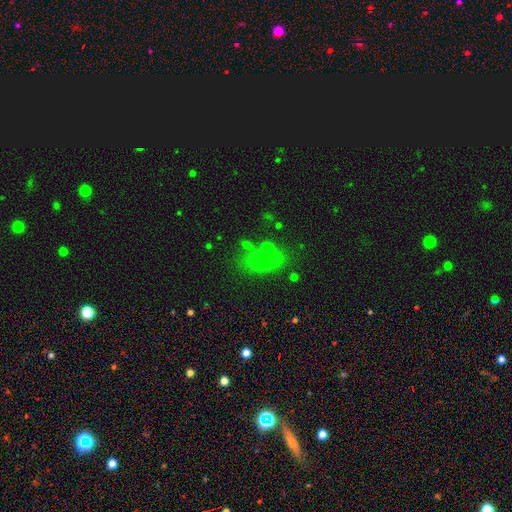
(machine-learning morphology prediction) Smooth or featured? Predicted: smooth (p=0.56). How rounded? Predicted: in between (p=0.78). Merging? Predicted: none (p=0.60).